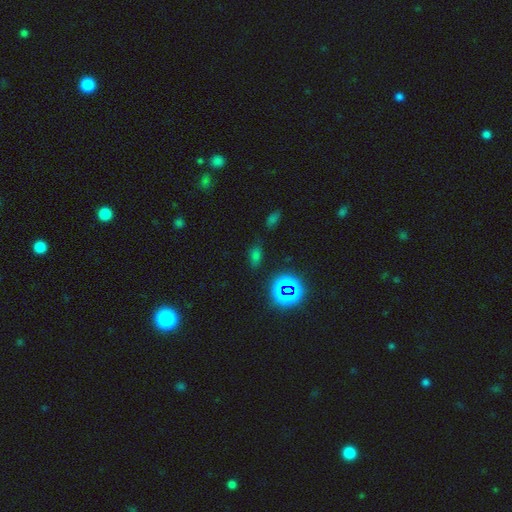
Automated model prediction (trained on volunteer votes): A smooth galaxy with no disk features (50%).

Vote fractions:
- Smooth or featured? smooth: 50% / star or artifact: 42% / featured or disk: 8%
- Merging? none: 77% / minor disturbance: 14% / major disturbance: 5% / merger: 4%